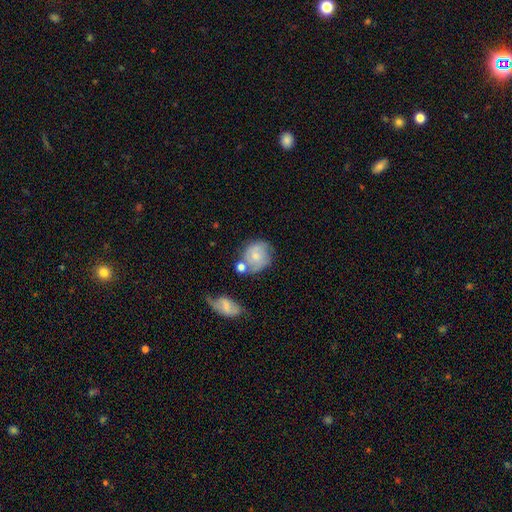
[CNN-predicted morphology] Smooth or featured?
  - smooth: 47% *
  - featured or disk: 45%
  - star or artifact: 8%
Merging?
  - none: 47% *
  - minor disturbance: 23%
  - merger: 20%
  - major disturbance: 9%